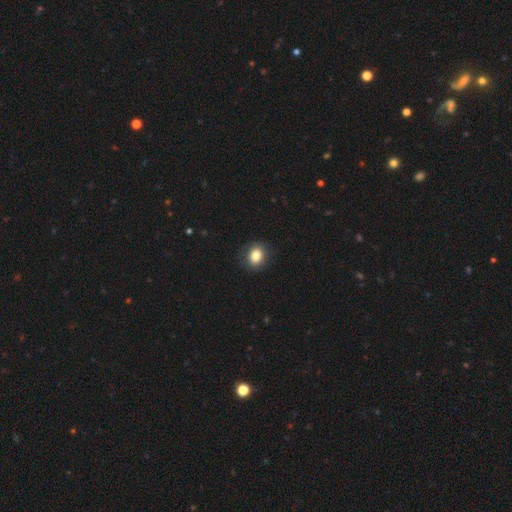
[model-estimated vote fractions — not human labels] A smooth galaxy with no disk features (82%) that is round (56%). Merging: none (85%).